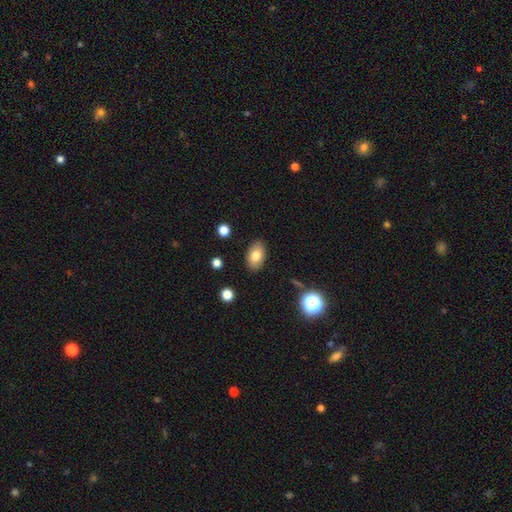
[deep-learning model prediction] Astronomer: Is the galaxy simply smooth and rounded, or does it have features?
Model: smooth — 79%.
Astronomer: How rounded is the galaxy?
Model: in between — 89%.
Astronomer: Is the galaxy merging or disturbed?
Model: none — 86%.